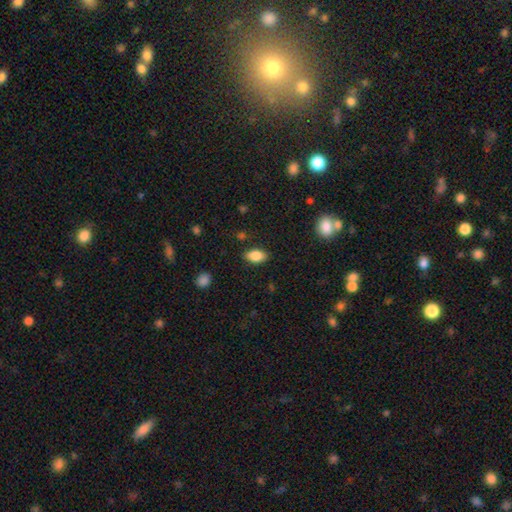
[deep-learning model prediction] A smooth galaxy with no disk features (85%) that is in between round and cigar-shaped (90%).

Vote fractions:
- Smooth or featured? smooth: 85% / star or artifact: 8% / featured or disk: 7%
- How rounded? in between: 90% / round: 6% / cigar-shaped: 3%
- Merging? none: 85% / minor disturbance: 11% / major disturbance: 3% / merger: 1%